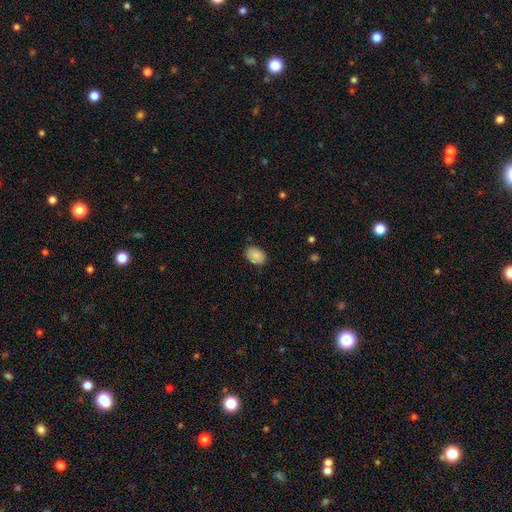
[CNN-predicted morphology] Q: Smooth or featured?
A: smooth (87%); runner-up: star or artifact (7%)
Q: How rounded?
A: in between (74%); runner-up: round (25%)
Q: Merging?
A: none (82%); runner-up: minor disturbance (14%)